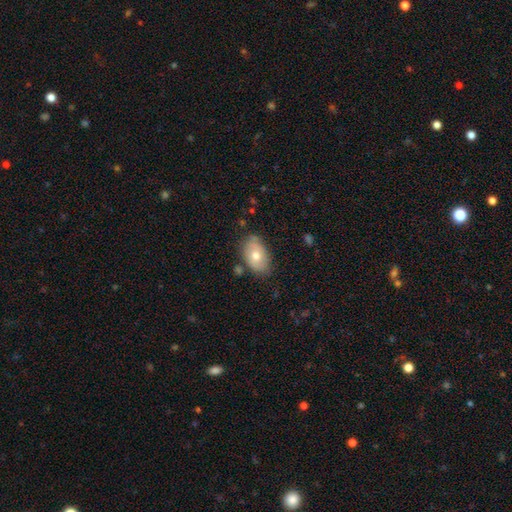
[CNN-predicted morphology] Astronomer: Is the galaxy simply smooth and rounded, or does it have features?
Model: smooth — 67%.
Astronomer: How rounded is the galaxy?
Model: in between — 89%.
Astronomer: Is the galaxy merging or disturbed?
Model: none — 73%.